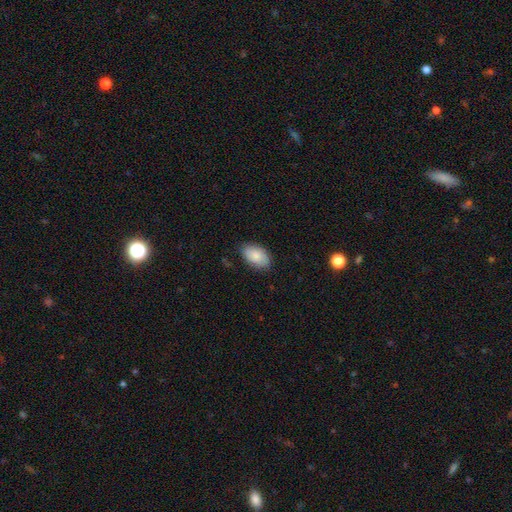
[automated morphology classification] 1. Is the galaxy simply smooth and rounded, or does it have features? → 85% smooth, 8% featured or disk, 6% star or artifact.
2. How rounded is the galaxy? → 94% in between, 5% round, 1% cigar-shaped.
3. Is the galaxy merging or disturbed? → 84% none, 13% minor disturbance, 2% major disturbance, 1% merger.